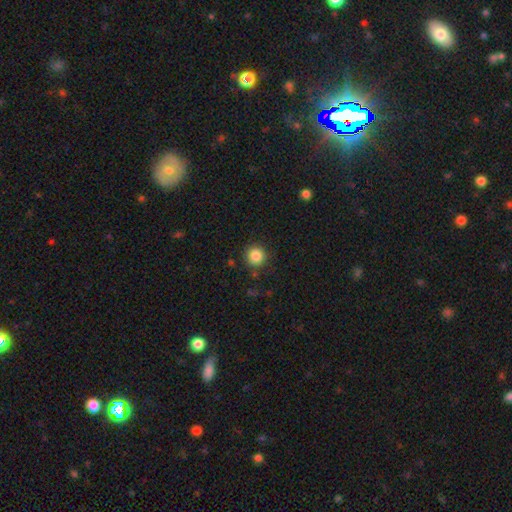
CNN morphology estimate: The model was most divided on "smooth or featured": smooth: 85%, star or artifact: 11%, featured or disk: 5%. More confident: how rounded — round (94%); merging — none (89%).